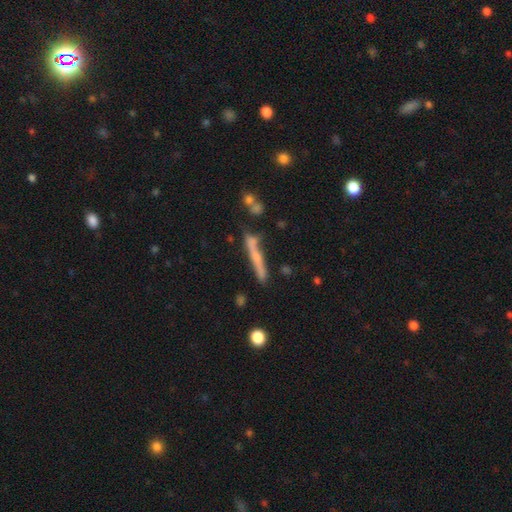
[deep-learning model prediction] featured or disk 48%, smooth 42%, star or artifact 10%. Down the decision tree: merging — none (65%).